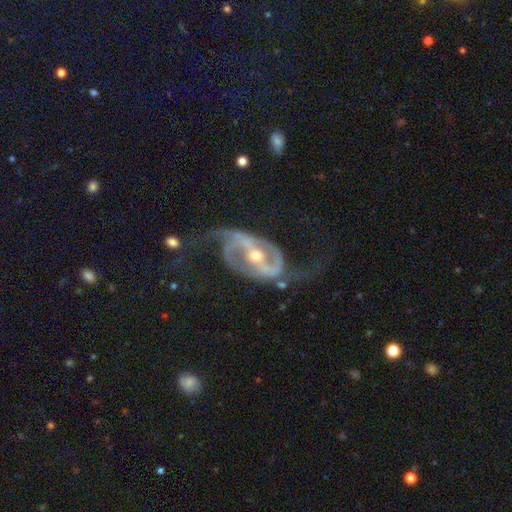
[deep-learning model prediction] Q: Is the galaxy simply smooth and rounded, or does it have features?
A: featured or disk — 92%.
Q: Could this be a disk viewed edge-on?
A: no — 96%.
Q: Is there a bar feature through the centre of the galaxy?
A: strong — 55%.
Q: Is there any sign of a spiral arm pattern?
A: yes — 96%.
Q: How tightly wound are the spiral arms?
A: loose — 48%.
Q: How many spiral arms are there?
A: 2 — 90%.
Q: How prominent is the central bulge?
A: moderate — 51%.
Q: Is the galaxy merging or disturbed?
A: none — 59%.